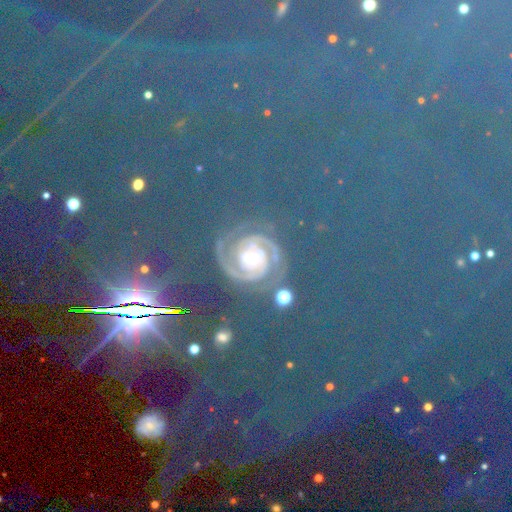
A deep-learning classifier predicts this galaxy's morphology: smooth-or-featured: star or artifact: 42% | featured or disk: 34% | smooth: 25%